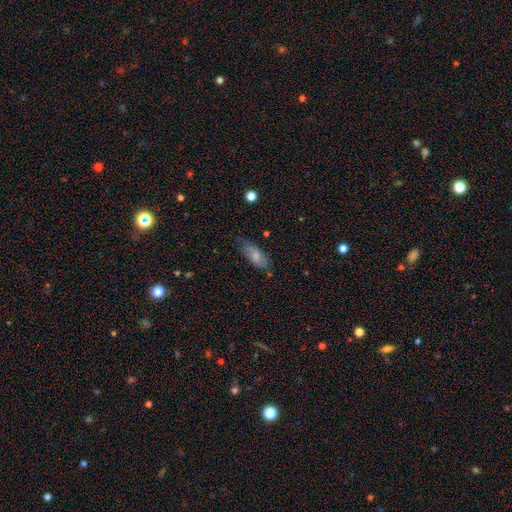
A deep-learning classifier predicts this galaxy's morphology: Overall: smooth (71%). How rounded: in between (81%). Merging: none (59%; minor disturbance 31%).